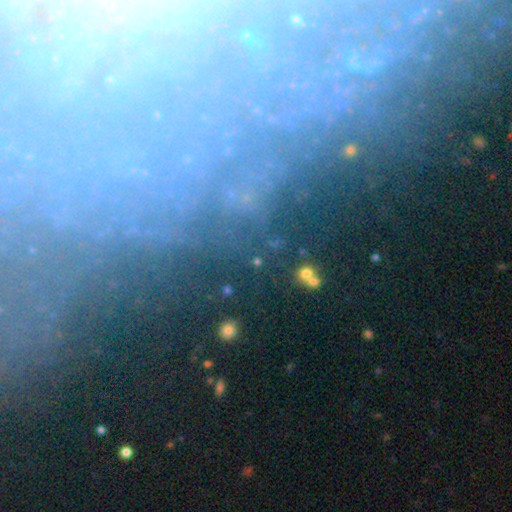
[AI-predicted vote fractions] Smooth or featured?
  - featured or disk: 44% *
  - star or artifact: 36%
  - smooth: 21%
Merging?
  - none: 76% *
  - minor disturbance: 12%
  - major disturbance: 7%
  - merger: 4%